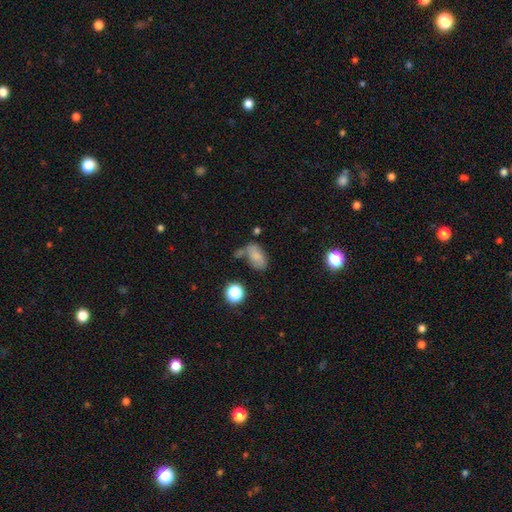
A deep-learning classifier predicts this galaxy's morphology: Smooth or featured: smooth — 71% (featured or disk — 16%)
How rounded: in between — 88% (round — 9%)
Merging: none — 45% (minor disturbance — 23%)